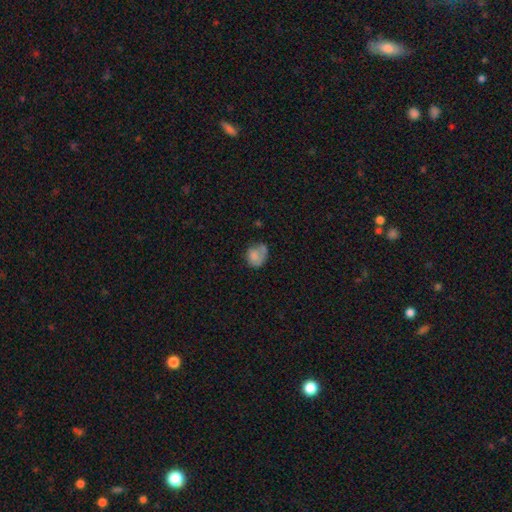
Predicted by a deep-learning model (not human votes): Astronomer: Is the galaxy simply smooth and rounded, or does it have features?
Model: smooth — 72%.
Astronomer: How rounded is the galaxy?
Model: round — 55% (runner-up: in between, 44%).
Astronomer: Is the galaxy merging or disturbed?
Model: none — 41% (runner-up: minor disturbance, 32%).